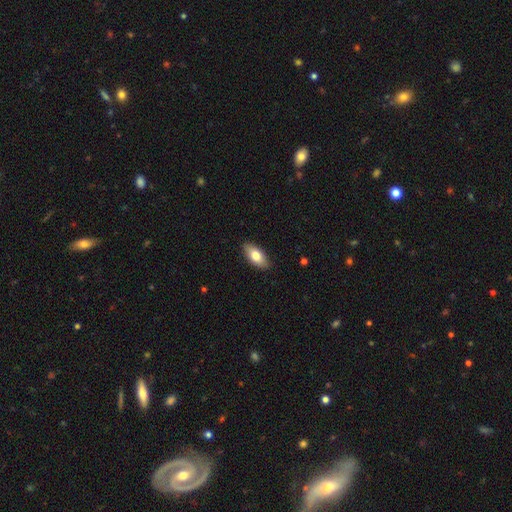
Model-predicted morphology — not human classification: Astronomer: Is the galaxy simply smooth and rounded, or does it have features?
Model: smooth — 79%.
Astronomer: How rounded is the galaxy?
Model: in between — 90%.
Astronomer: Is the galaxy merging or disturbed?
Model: none — 89%.